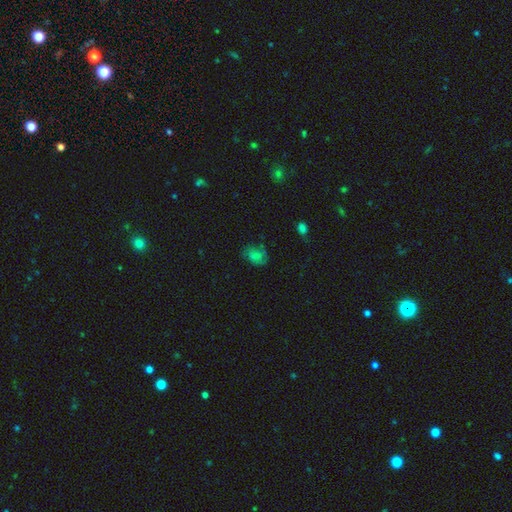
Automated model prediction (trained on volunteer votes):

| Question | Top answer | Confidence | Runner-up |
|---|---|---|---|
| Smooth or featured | smooth | 62% | featured or disk (23%) |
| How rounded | in between | 65% | round (34%) |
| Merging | none | 53% | minor disturbance (27%) |